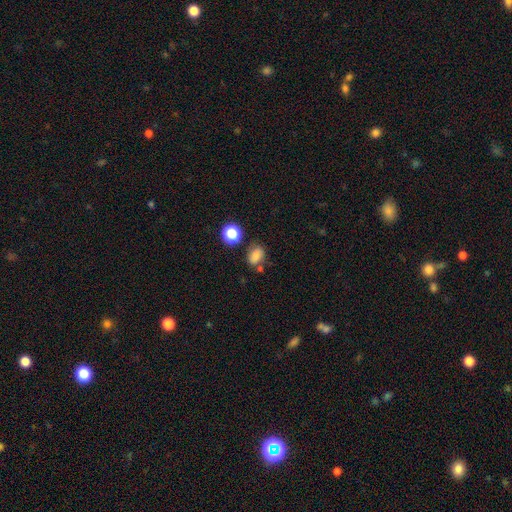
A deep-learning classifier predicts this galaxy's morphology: Smooth or featured? Predicted: smooth (p=0.76). How rounded? Predicted: in between (p=0.65). Merging? Predicted: none (p=0.64).